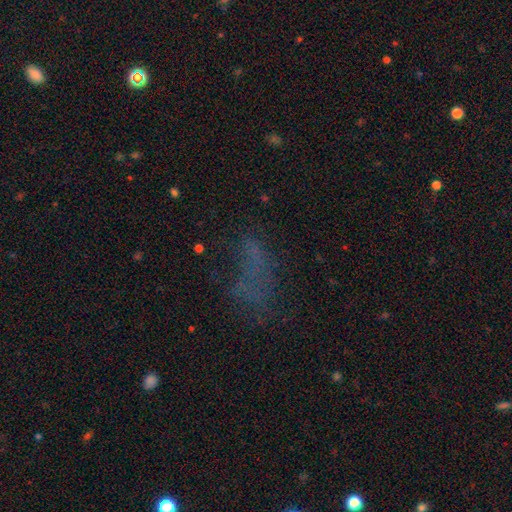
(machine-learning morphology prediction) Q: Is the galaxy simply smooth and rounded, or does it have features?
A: smooth — 40%.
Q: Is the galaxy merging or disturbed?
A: none — 44%.